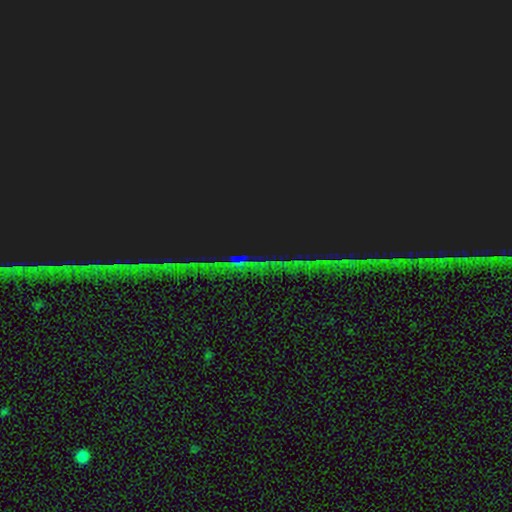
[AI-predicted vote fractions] A star or artifact, not a galaxy (85%).

Vote fractions:
- Smooth or featured? star or artifact: 85% / featured or disk: 8% / smooth: 7%